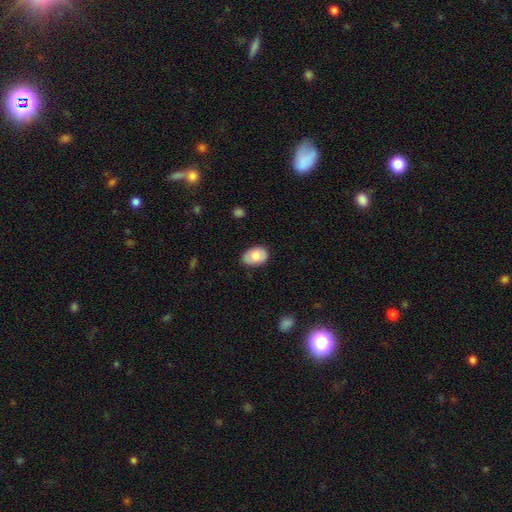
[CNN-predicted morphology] Smooth or featured?
  - smooth: 74% *
  - featured or disk: 20%
  - star or artifact: 7%
How rounded?
  - in between: 85% *
  - round: 14%
  - cigar-shaped: 1%
Merging?
  - none: 81% *
  - minor disturbance: 15%
  - major disturbance: 3%
  - merger: 1%